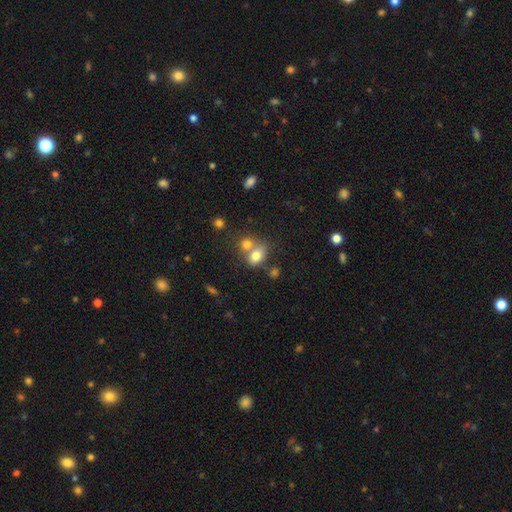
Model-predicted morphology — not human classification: type=smooth (76%); roundness=in between (66%); merging=merger (54%).